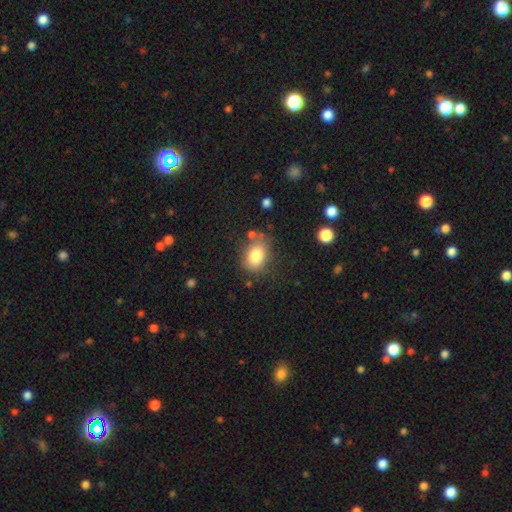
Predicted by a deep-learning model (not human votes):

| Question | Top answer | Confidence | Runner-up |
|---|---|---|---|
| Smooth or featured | smooth | 82% | star or artifact (9%) |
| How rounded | in between | 67% | round (32%) |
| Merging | none | 69% | minor disturbance (18%) |